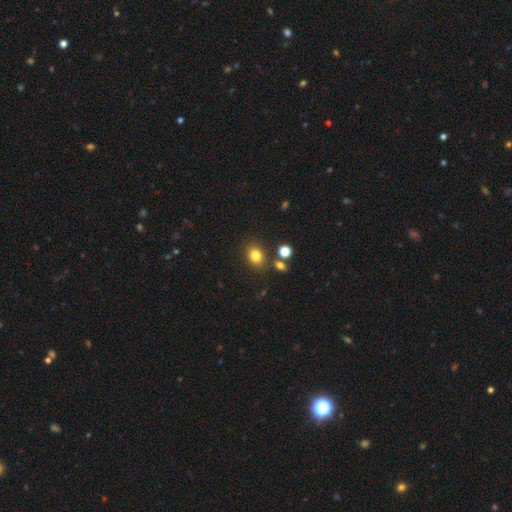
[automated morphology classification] smooth 80%, star or artifact 13%, featured or disk 7%. Down the decision tree: how rounded — in between (51%); merging — none (79%).